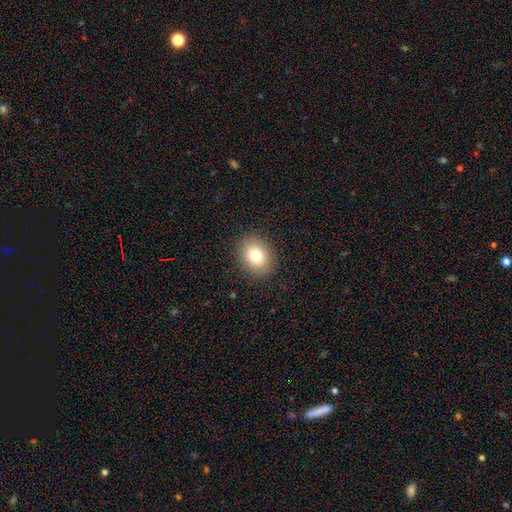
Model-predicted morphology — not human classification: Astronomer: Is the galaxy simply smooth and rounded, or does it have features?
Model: smooth — 79%.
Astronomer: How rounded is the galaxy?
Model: in between — 50% (runner-up: round, 49%).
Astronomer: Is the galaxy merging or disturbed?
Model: none — 89%.